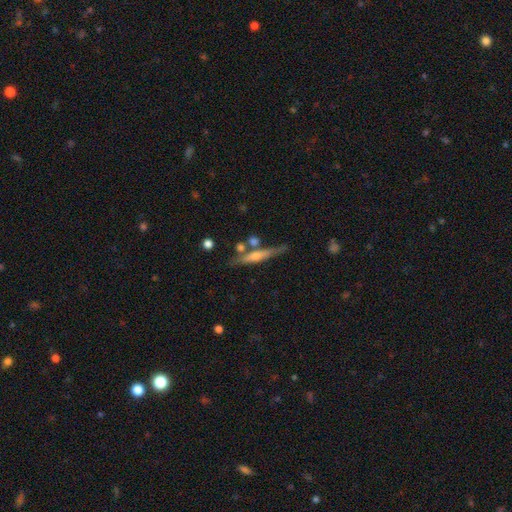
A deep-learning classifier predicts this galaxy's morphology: smooth-or-featured: featured or disk: 61% | smooth: 32% | star or artifact: 7%
  disk-edge-on: yes: 94% | no: 6%
    edge-on-bulge: rounded: 72% | none: 17% | boxy: 11%
  merging: none: 70% | minor disturbance: 14% | merger: 12% | major disturbance: 4%